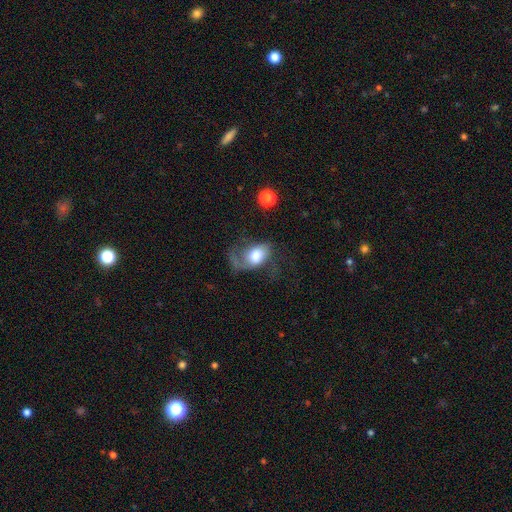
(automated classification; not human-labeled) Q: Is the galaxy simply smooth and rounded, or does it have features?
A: smooth — 46%, tied with featured or disk.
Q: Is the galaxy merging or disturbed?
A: major disturbance — 45%.